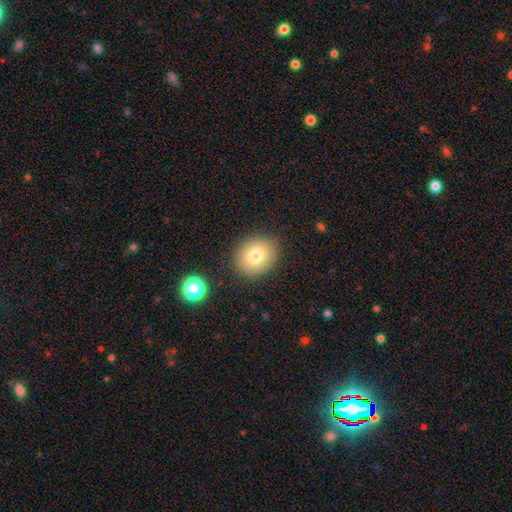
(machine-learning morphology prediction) Overall: smooth (78%). How rounded: round (56%; in between 44%). Merging: none (85%).